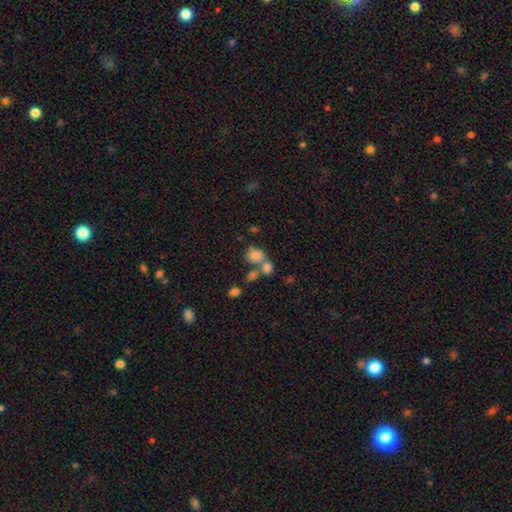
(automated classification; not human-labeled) Overall: smooth (74%). How rounded: in between (51%; round 47%). Merging: merger (53%; none 30%).